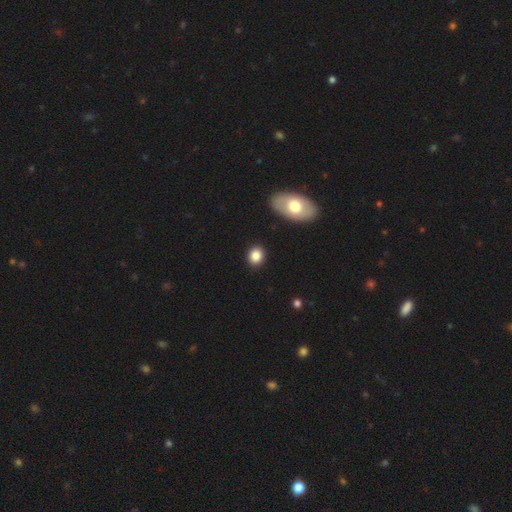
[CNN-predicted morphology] Smooth or featured? Predicted: smooth (p=0.85). How rounded? Predicted: round (p=0.61). Merging? Predicted: none (p=0.89).